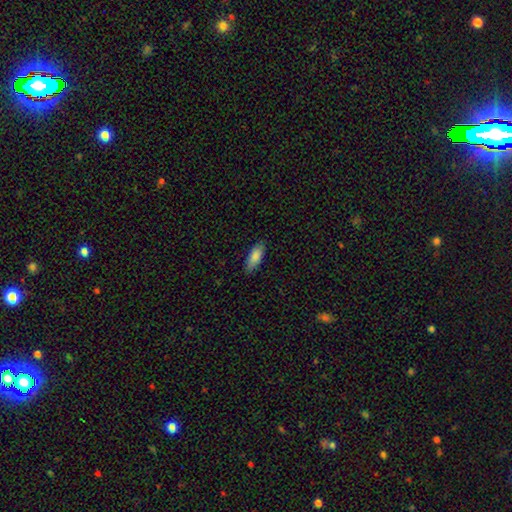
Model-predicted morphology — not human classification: Smooth or featured?
  - smooth: 86% *
  - featured or disk: 8%
  - star or artifact: 6%
How rounded?
  - in between: 75% *
  - cigar-shaped: 23%
  - round: 2%
Merging?
  - none: 85% *
  - minor disturbance: 12%
  - major disturbance: 2%
  - merger: 1%